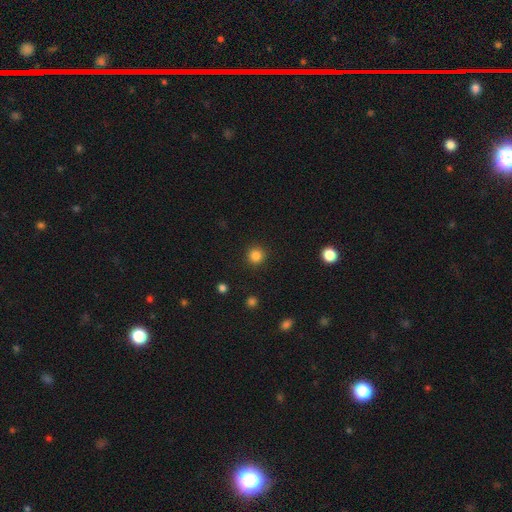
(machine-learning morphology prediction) Smooth or featured? smooth (85%)
How rounded? round (94%)
Merging? none (91%)